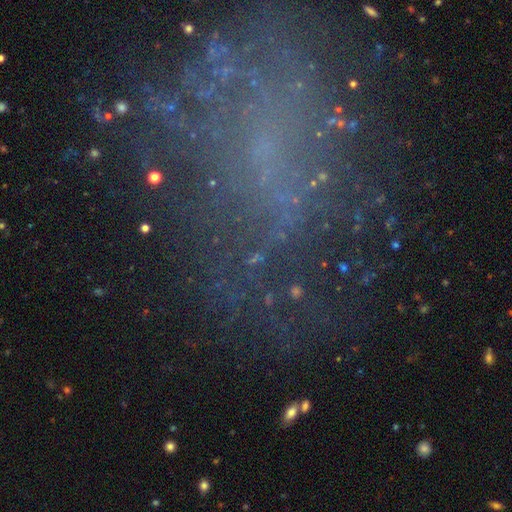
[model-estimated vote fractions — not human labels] smooth-or-featured: featured or disk: 40% | star or artifact: 37% | smooth: 23%
  merging: none: 58% | major disturbance: 21% | minor disturbance: 17% | merger: 4%